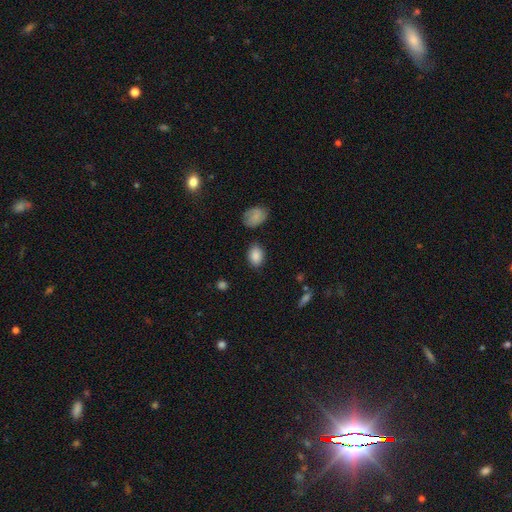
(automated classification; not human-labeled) Overall: smooth (87%). How rounded: in between (79%). Merging: none (82%).